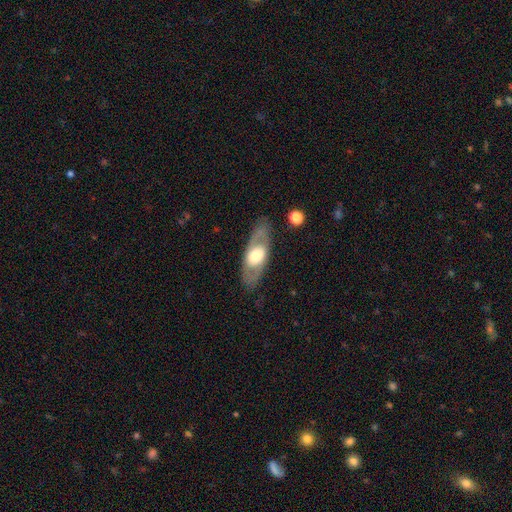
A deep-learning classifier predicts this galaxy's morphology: featured or disk 58%, smooth 37%, star or artifact 5%. Down the decision tree: edge-on disk — no (74%); merging — none (82%).